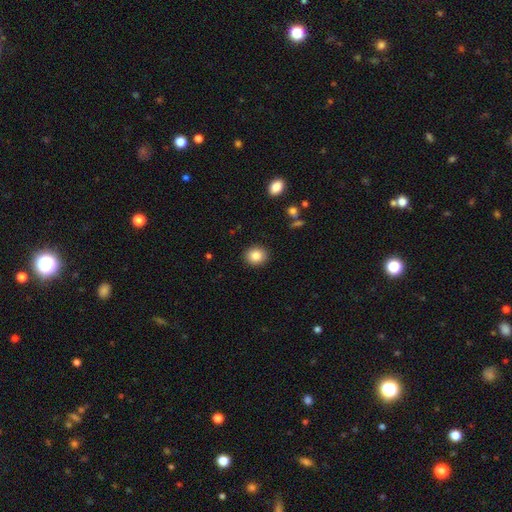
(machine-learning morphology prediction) Overall: smooth (85%). How rounded: round (77%). Merging: none (91%).